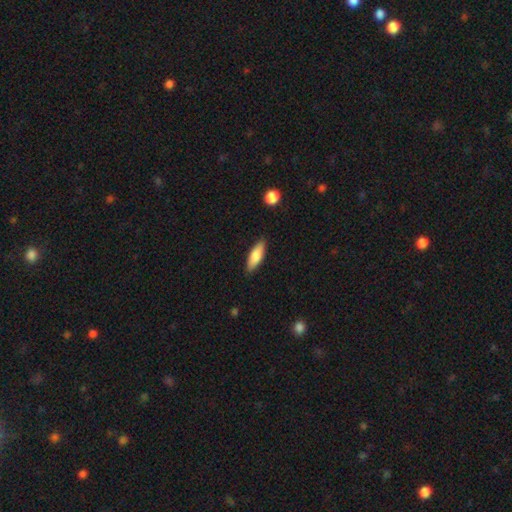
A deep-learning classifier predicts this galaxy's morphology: type=smooth (78%); roundness=in between (58%); merging=none (86%).